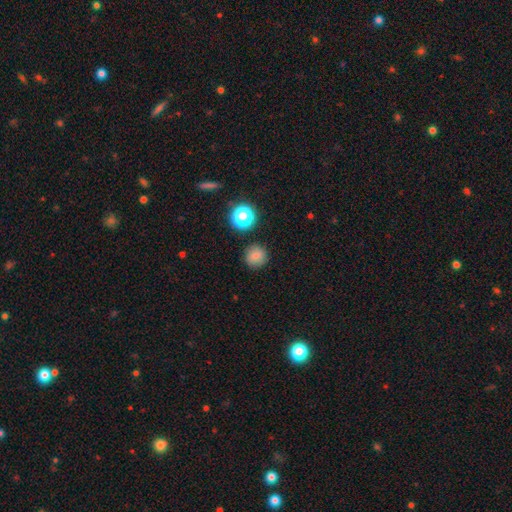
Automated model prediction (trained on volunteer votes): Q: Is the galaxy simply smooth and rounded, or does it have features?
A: smooth — 78%.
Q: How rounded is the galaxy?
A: round — 93%.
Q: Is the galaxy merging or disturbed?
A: none — 88%.